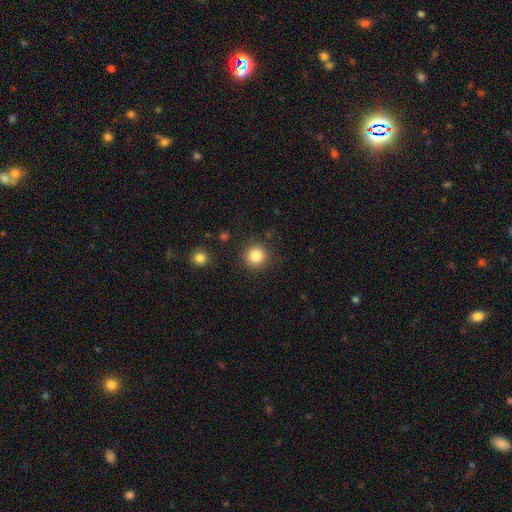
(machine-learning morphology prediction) The model was most divided on "smooth or featured": smooth: 84%, star or artifact: 11%, featured or disk: 5%. More confident: how rounded — round (93%); merging — none (88%).